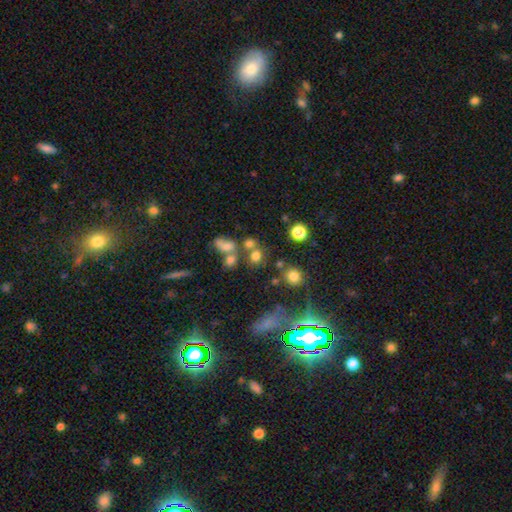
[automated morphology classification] Q: Smooth or featured?
A: smooth (68%); runner-up: star or artifact (21%)
Q: How rounded?
A: round (76%); runner-up: in between (22%)
Q: Merging?
A: none (53%); runner-up: merger (29%)